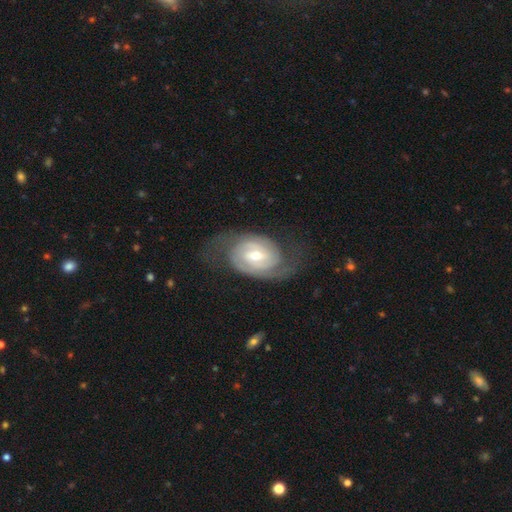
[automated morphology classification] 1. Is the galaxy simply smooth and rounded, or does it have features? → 86% featured or disk, 9% smooth, 5% star or artifact.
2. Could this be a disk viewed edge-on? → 96% no, 4% yes.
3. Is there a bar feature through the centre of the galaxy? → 51% weak, 31% no, 19% strong.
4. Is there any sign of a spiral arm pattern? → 96% yes, 4% no.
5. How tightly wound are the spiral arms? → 47% tight, 39% medium, 14% loose.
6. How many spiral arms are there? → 85% 2, 7% can't tell, 3% 3, 2% 1, 1% 4, 1% more than 4.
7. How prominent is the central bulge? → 59% moderate, 35% small, 4% large, 1% none, 1% dominant.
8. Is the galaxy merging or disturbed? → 71% none, 16% minor disturbance, 12% major disturbance, 1% merger.